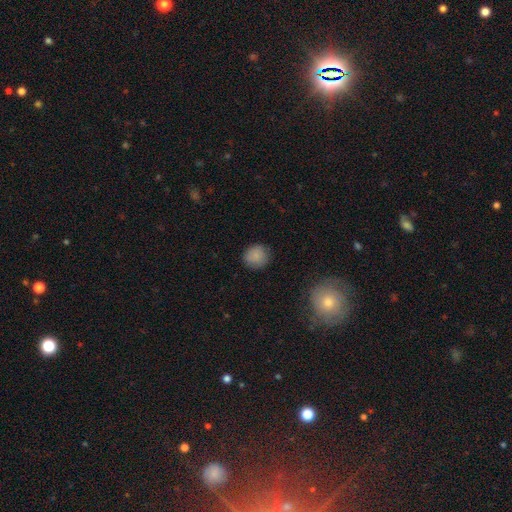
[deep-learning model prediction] Smooth or featured?
  - smooth: 85% *
  - star or artifact: 9%
  - featured or disk: 6%
How rounded?
  - round: 87% *
  - in between: 12%
  - cigar-shaped: 1%
Merging?
  - none: 85% *
  - minor disturbance: 11%
  - major disturbance: 3%
  - merger: 1%